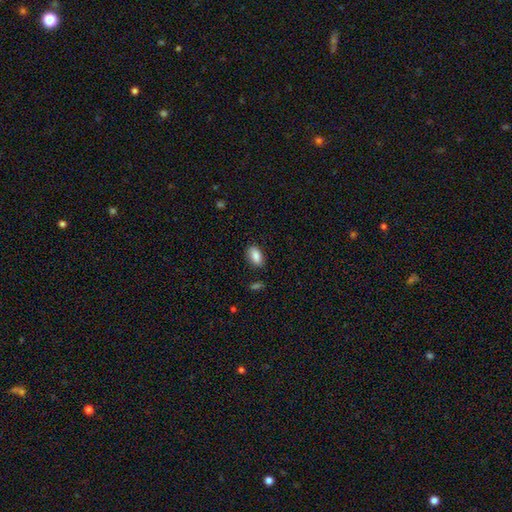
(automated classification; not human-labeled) Overall: smooth (86%). How rounded: in between (91%). Merging: none (82%).